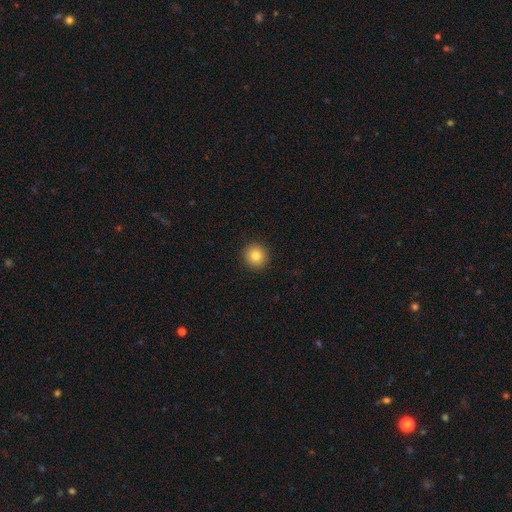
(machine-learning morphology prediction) Smooth or featured? smooth (82%)
How rounded? round (93%)
Merging? none (93%)